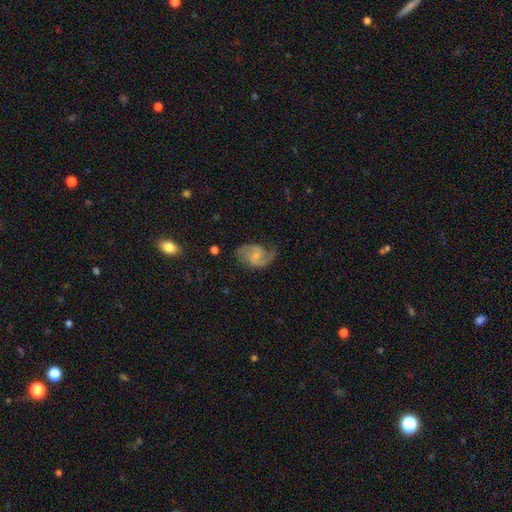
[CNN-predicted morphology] Smooth or featured: featured or disk — 80% (smooth — 14%)
Edge-on disk: no — 98% (yes — 2%)
Bar: no — 49% (weak — 42%)
Spiral arms: yes — 94% (no — 6%)
Spiral winding: medium — 46% (loose — 40%)
Spiral arm count: 2 — 87% (1 — 5%)
Bulge size: small — 60% (moderate — 26%)
Merging: none — 64% (minor disturbance — 22%)